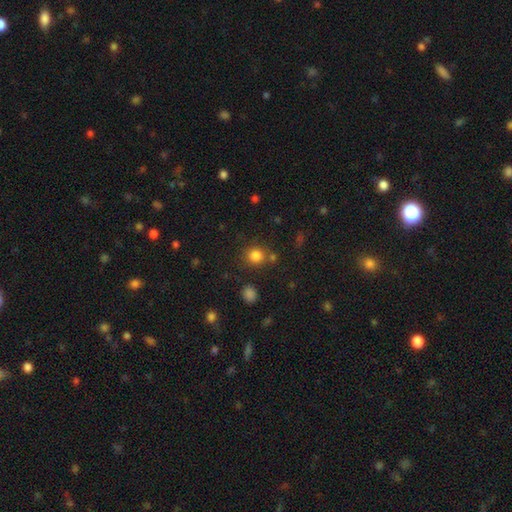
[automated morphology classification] Q: Smooth or featured?
A: smooth (82%); runner-up: star or artifact (13%)
Q: How rounded?
A: round (88%); runner-up: in between (11%)
Q: Merging?
A: none (77%); runner-up: merger (10%)